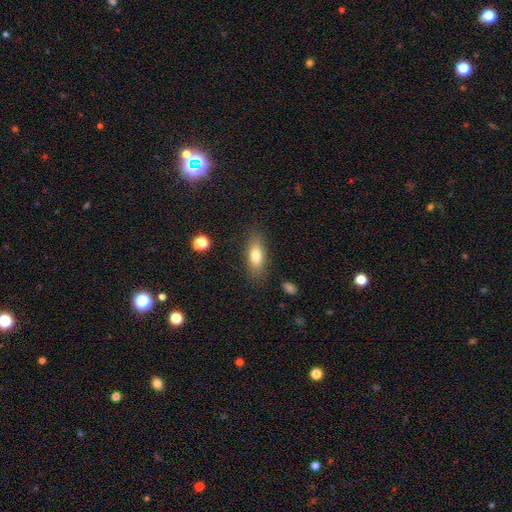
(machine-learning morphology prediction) This appears to be a smooth galaxy with no disk features (76%) that is in between round and cigar-shaped (70%). Merging: none (82%).